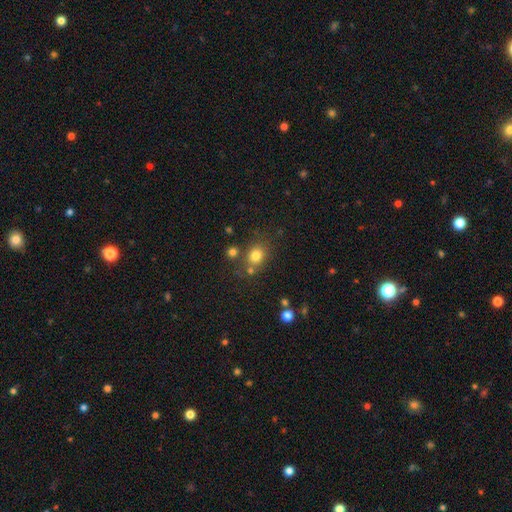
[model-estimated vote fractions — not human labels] A smooth galaxy with no disk features (78%) that is round (67%). Merging: none (68%).